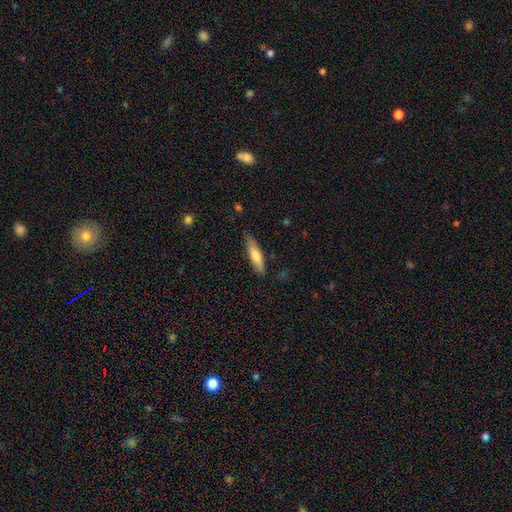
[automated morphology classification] smooth_or_featured: smooth (p=0.70) [alt: featured or disk p=0.25]
how_rounded: cigar-shaped (p=0.72) [alt: in between p=0.26]
merging: none (p=0.81) [alt: minor disturbance p=0.15]